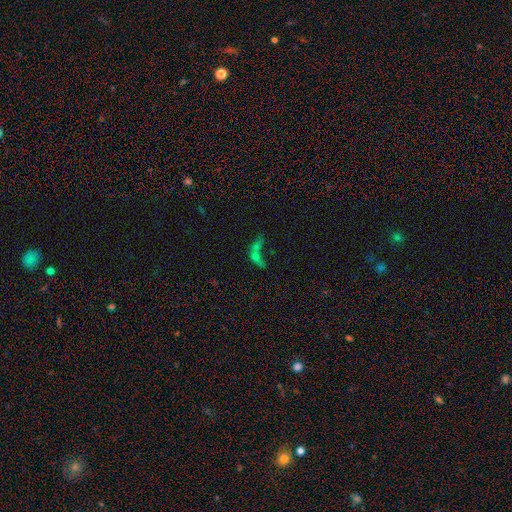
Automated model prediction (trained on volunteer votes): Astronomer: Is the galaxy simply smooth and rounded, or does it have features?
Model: smooth — 47% (runner-up: featured or disk, 28%).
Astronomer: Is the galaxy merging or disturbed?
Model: merger — 60%.